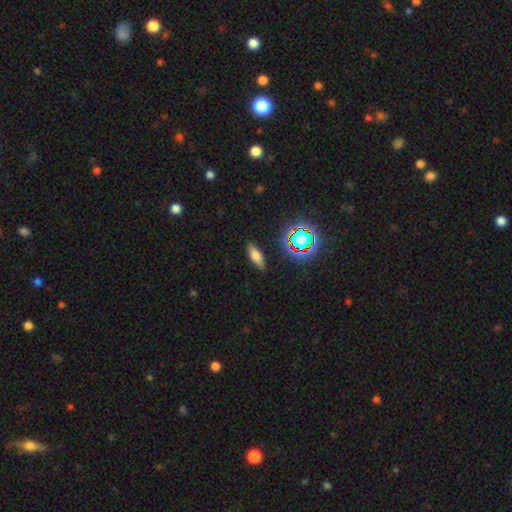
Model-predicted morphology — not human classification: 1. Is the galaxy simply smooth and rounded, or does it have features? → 65% smooth, 21% featured or disk, 14% star or artifact.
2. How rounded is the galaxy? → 59% in between, 36% cigar-shaped, 5% round.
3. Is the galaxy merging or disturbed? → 87% none, 9% minor disturbance, 2% major disturbance, 2% merger.